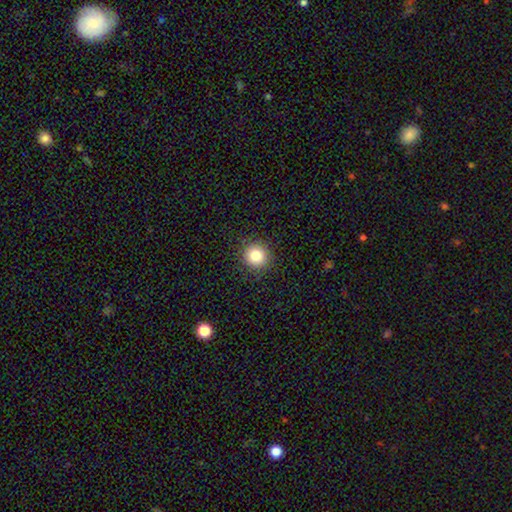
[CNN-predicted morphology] The model was most divided on "smooth or featured": smooth: 83%, star or artifact: 11%, featured or disk: 6%. More confident: how rounded — round (93%); merging — none (90%).